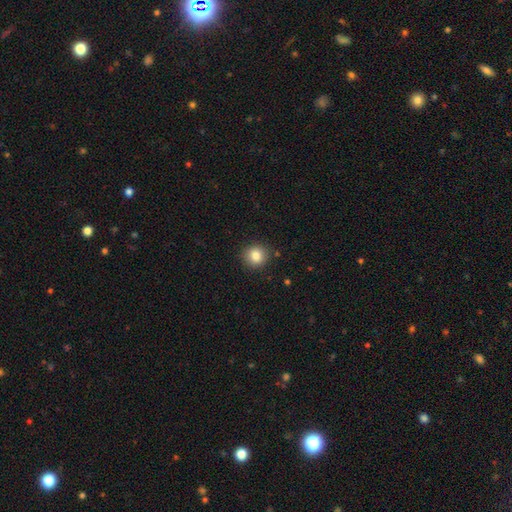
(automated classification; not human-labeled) This appears to be a smooth galaxy with no disk features (83%) that is round (91%). Merging: none (90%).